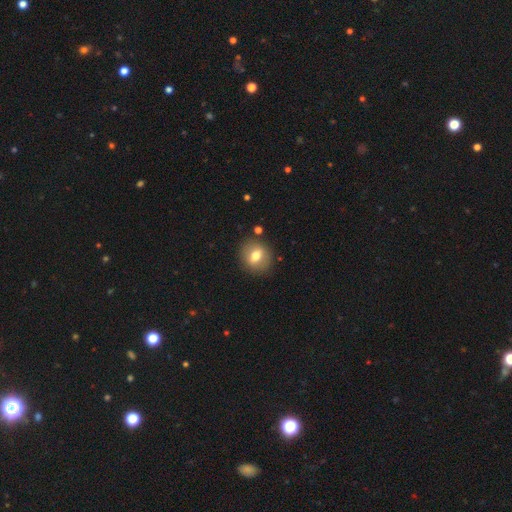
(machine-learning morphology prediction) A smooth galaxy with no disk features (68%) that is round (69%).

Vote fractions:
- Smooth or featured? smooth: 68% / featured or disk: 23% / star or artifact: 9%
- How rounded? round: 69% / in between: 29% / cigar-shaped: 1%
- Merging? none: 85% / minor disturbance: 9% / major disturbance: 3% / merger: 3%